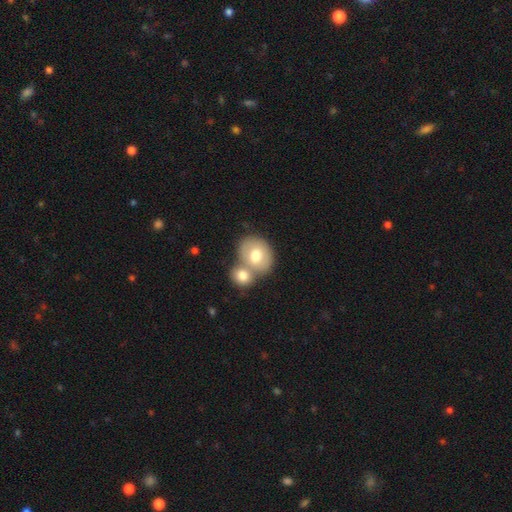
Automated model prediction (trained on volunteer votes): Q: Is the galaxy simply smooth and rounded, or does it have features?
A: smooth — 69%.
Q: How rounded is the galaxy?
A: round — 63%.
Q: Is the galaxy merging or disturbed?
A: merger — 53%.